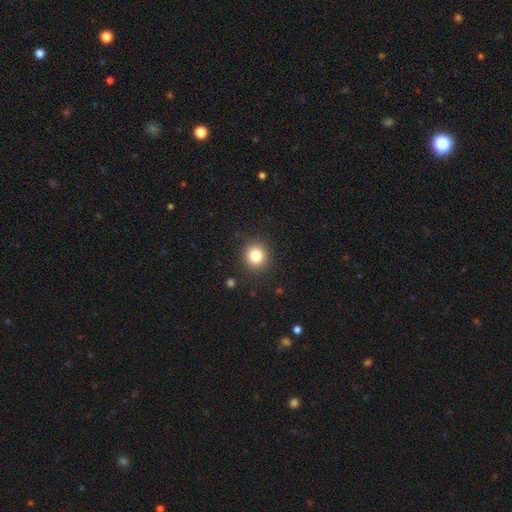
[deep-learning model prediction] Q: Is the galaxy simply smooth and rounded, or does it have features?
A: smooth — 81%.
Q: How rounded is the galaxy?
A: round — 88%.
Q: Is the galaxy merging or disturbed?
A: none — 90%.